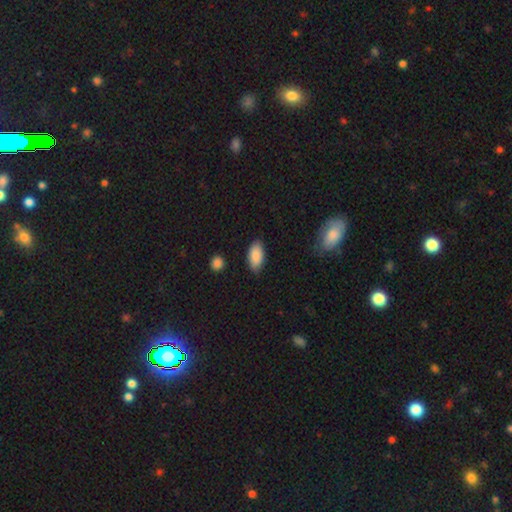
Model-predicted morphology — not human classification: smooth_or_featured: smooth (p=0.87) [alt: star or artifact p=0.06]
how_rounded: in between (p=0.92) [alt: cigar-shaped p=0.05]
merging: none (p=0.82) [alt: minor disturbance p=0.14]